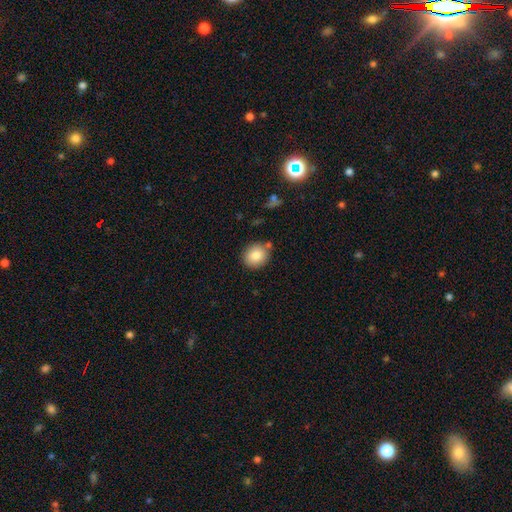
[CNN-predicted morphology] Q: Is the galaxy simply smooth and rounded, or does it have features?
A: smooth — 84%.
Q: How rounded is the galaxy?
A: round — 77%.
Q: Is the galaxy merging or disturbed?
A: none — 81%.